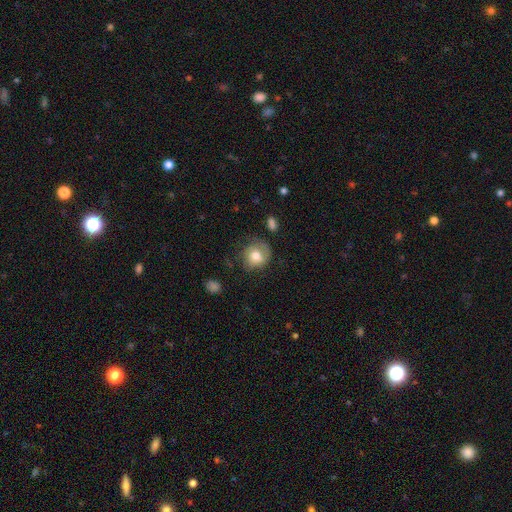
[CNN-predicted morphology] Smooth or featured? Predicted: smooth (p=0.65). How rounded? Predicted: round (p=0.77). Merging? Predicted: none (p=0.57).